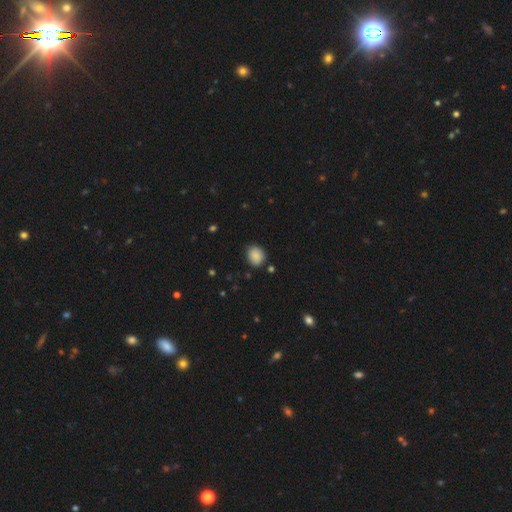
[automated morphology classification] smooth 88%, star or artifact 9%, featured or disk 4%. Down the decision tree: how rounded — round (65%); merging — none (83%).